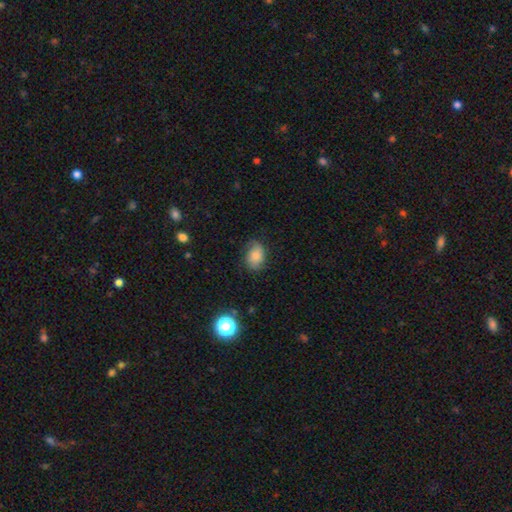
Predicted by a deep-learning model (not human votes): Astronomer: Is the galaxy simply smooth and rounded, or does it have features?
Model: smooth — 70%.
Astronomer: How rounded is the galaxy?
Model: in between — 76%.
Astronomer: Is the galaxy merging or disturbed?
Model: none — 68%.